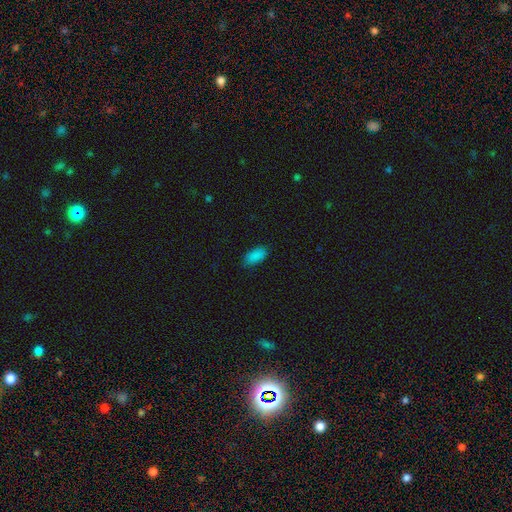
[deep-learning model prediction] This appears to be a smooth galaxy with no disk features (87%) that is in between round and cigar-shaped (92%). Merging: none (81%).